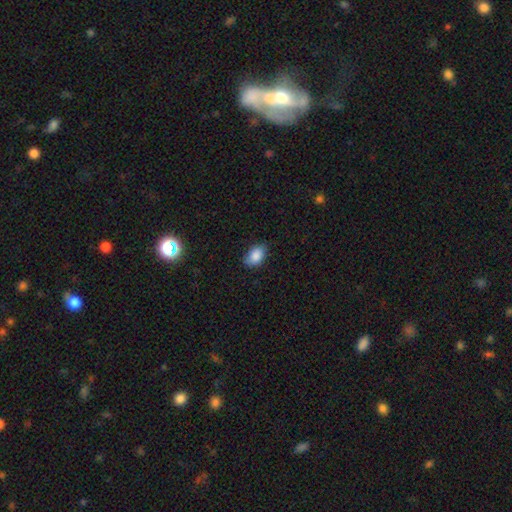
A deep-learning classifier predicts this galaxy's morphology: Smooth or featured: smooth — 87% (star or artifact — 8%)
How rounded: in between — 86% (round — 13%)
Merging: none — 77% (minor disturbance — 19%)